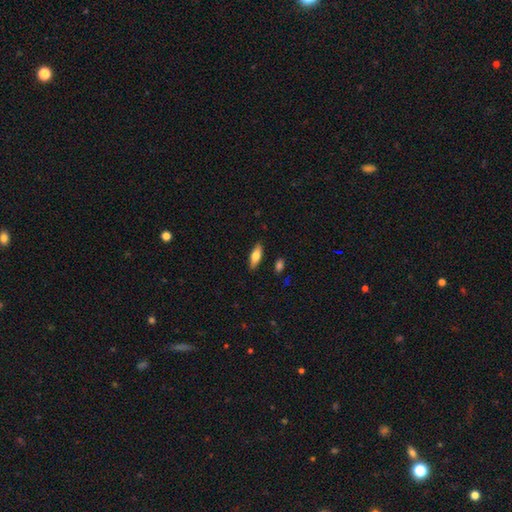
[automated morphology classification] This appears to be a smooth galaxy with no disk features (71%) that is in between round and cigar-shaped (66%). Merging: none (87%).